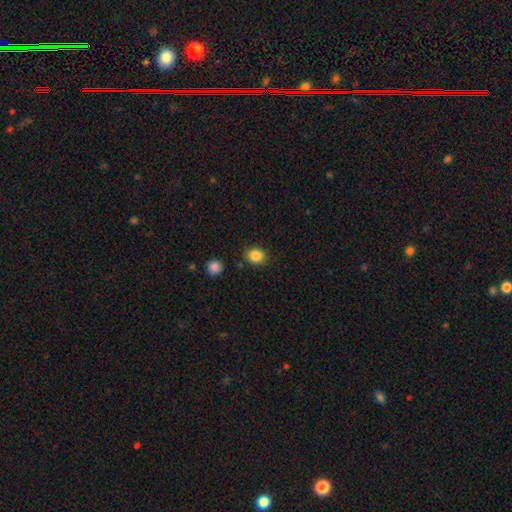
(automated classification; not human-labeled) Morphology: type=smooth (86%); roundness=round (68%); merging=none (87%).